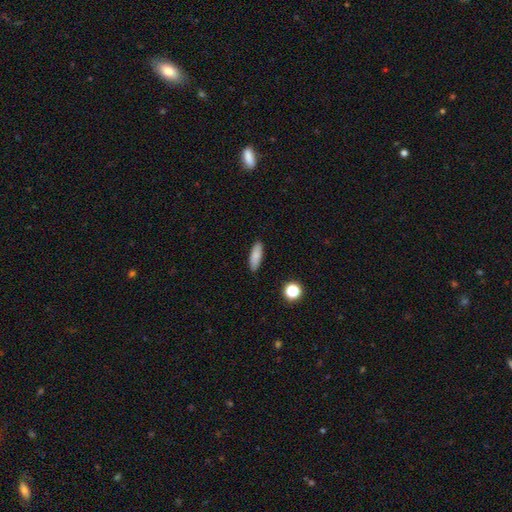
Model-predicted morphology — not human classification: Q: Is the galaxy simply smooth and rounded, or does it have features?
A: smooth — 82%.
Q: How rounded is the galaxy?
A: in between — 59%.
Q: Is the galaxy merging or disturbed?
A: none — 88%.